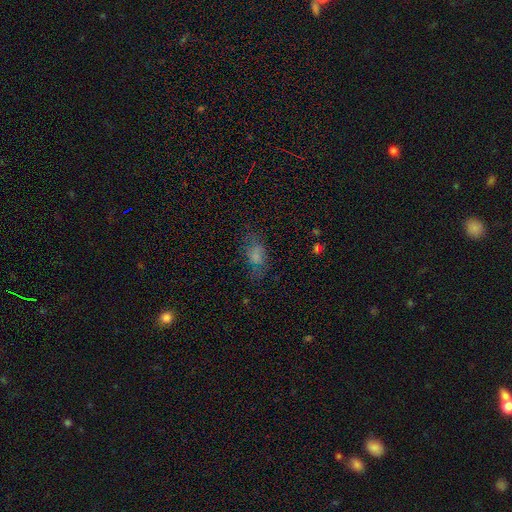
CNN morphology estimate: A smooth galaxy with no disk features (65%) that is in between round and cigar-shaped (83%).

Vote fractions:
- Smooth or featured? smooth: 65% / featured or disk: 19% / star or artifact: 16%
- How rounded? in between: 83% / round: 9% / cigar-shaped: 7%
- Merging? none: 59% / minor disturbance: 22% / major disturbance: 17% / merger: 3%